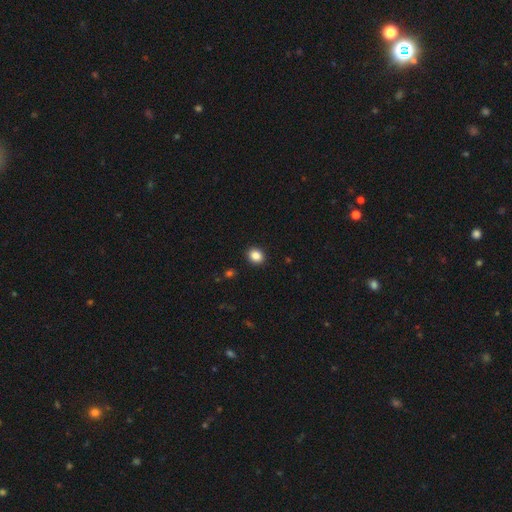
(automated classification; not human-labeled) Smooth or featured: smooth — 86% (star or artifact — 10%)
How rounded: round — 70% (in between — 30%)
Merging: none — 92% (minor disturbance — 5%)